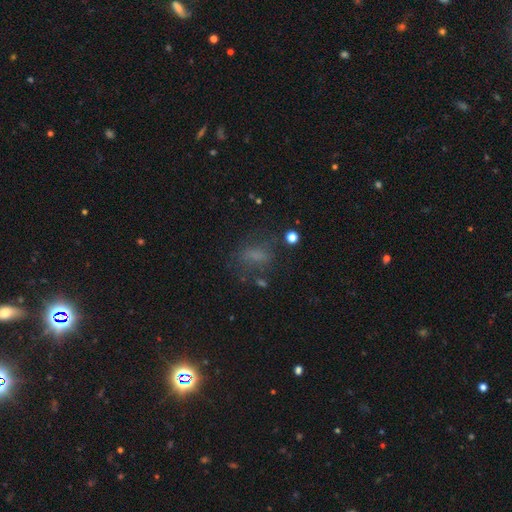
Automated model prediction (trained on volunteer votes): Smooth or featured? smooth (55%)
How rounded? in between (69%)
Merging? none (56%)